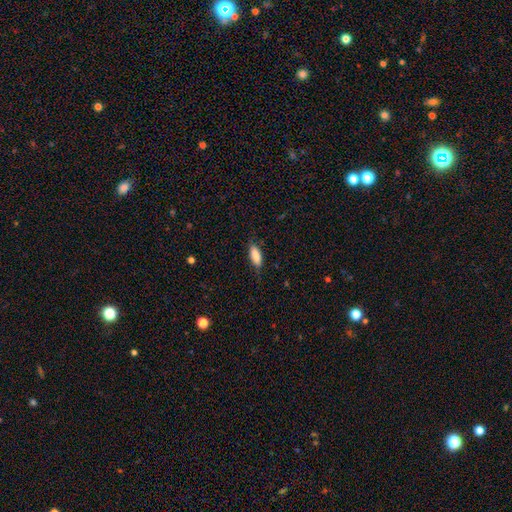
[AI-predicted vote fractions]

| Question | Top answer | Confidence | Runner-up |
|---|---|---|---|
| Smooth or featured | smooth | 85% | featured or disk (8%) |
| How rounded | in between | 70% | cigar-shaped (28%) |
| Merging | none | 76% | minor disturbance (19%) |